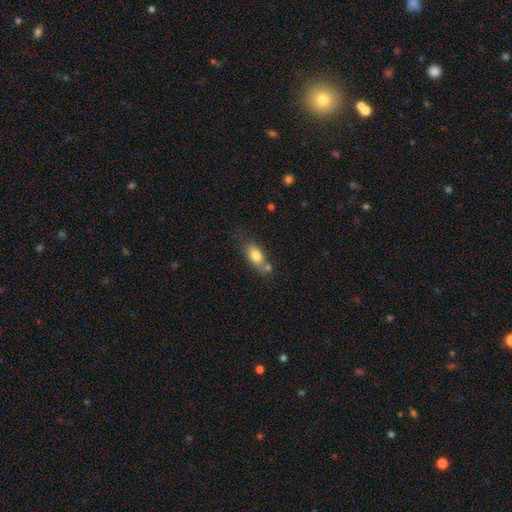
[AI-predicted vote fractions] A smooth galaxy with no disk features (78%) that is in between round and cigar-shaped (83%).

Vote fractions:
- Smooth or featured? smooth: 78% / featured or disk: 15% / star or artifact: 8%
- How rounded? in between: 83% / cigar-shaped: 9% / round: 8%
- Merging? none: 49% / merger: 25% / minor disturbance: 19% / major disturbance: 6%